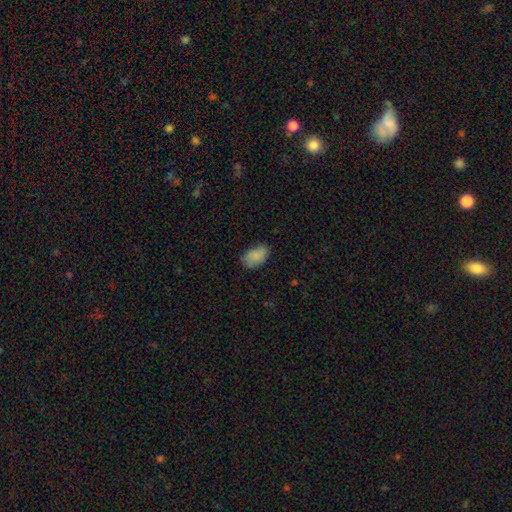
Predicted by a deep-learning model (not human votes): Smooth or featured?
  - smooth: 85% *
  - star or artifact: 8%
  - featured or disk: 7%
How rounded?
  - in between: 88% *
  - round: 10%
  - cigar-shaped: 1%
Merging?
  - none: 69% *
  - minor disturbance: 24%
  - major disturbance: 5%
  - merger: 2%